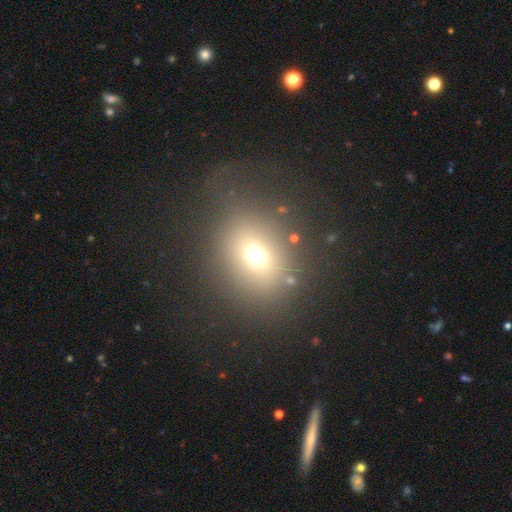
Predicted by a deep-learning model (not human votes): Smooth or featured? Predicted: smooth (p=0.68). How rounded? Predicted: round (p=0.62). Merging? Predicted: none (p=0.68).